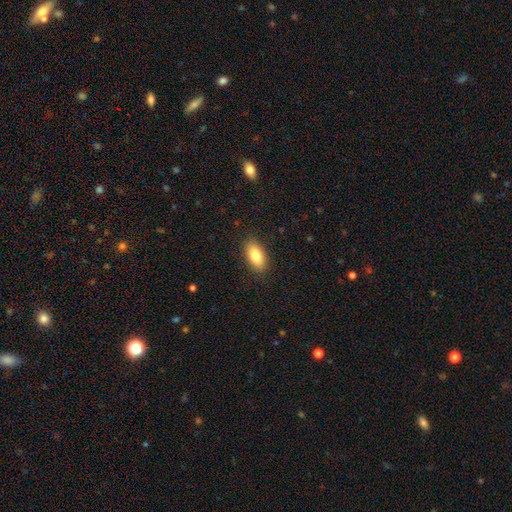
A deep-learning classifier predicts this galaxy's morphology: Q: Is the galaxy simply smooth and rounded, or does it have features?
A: smooth — 83%.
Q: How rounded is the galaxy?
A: in between — 90%.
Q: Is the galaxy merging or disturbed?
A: none — 88%.